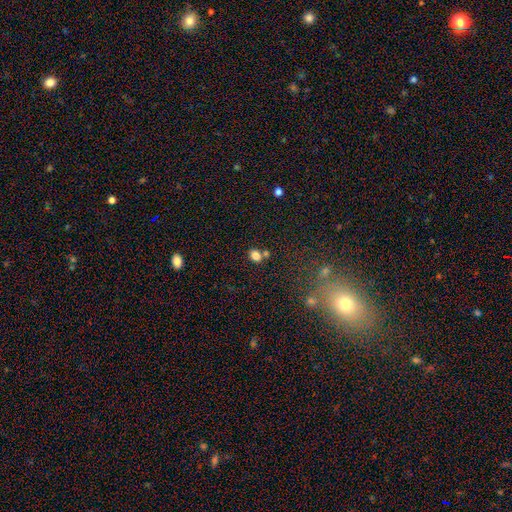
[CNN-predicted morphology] Smooth or featured? smooth (80%)
How rounded? in between (63%)
Merging? none (65%)